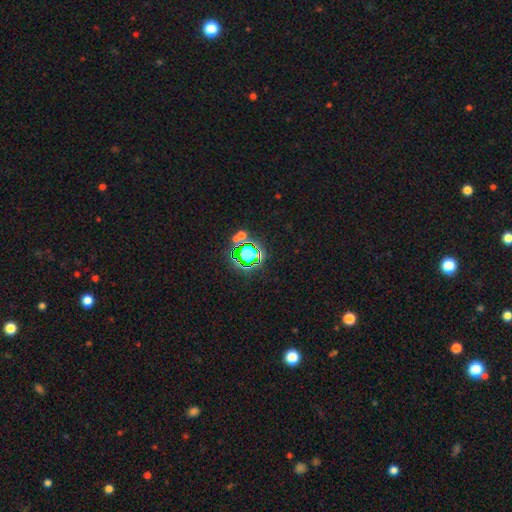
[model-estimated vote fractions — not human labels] Overall: star or artifact (62%; smooth 26%).